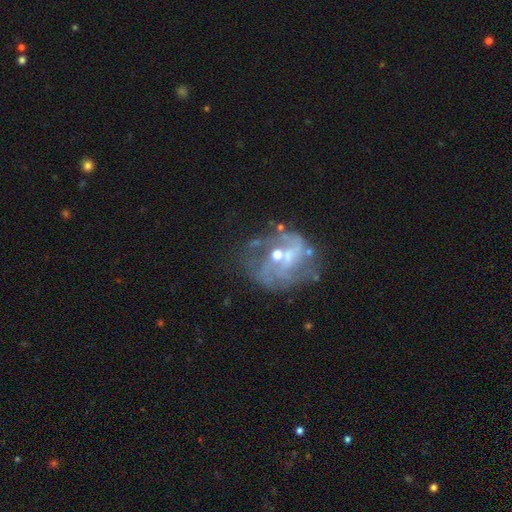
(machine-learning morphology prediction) smooth_or_featured: featured or disk (p=0.71) [alt: star or artifact p=0.18]
disk_edge_on: no (p=0.96) [alt: yes p=0.04]
bar: no (p=0.43) [alt: weak p=0.40]
has_spiral_arms: yes (p=0.73) [alt: no p=0.27]
bulge_size: small (p=0.54) [alt: moderate p=0.36]
merging: none (p=0.62) [alt: major disturbance p=0.17]